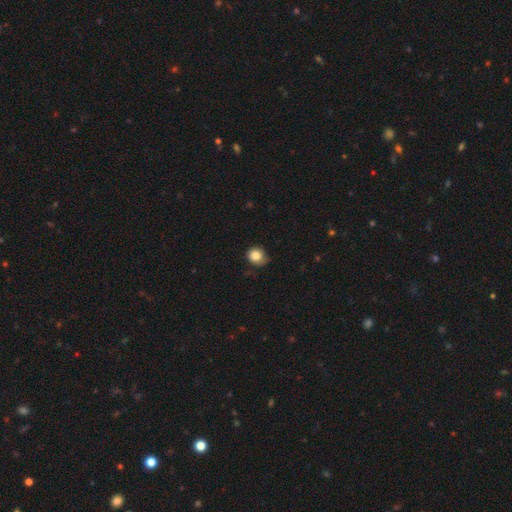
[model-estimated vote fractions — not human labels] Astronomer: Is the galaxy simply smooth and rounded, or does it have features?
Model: smooth — 83%.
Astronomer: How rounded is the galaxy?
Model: round — 82%.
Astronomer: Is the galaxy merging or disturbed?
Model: none — 65%.